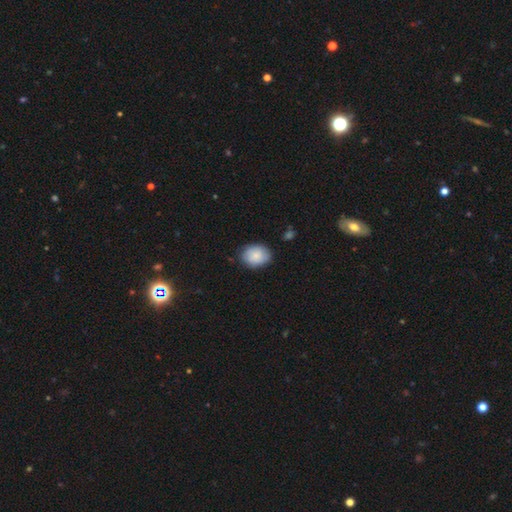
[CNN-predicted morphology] A smooth galaxy with no disk features (84%) that is in between round and cigar-shaped (61%). Merging: none (82%).